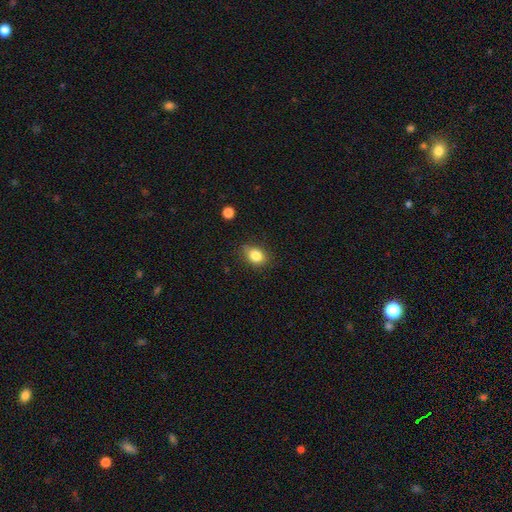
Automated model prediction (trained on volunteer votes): The model was most divided on "how rounded": in between: 63%, round: 36%, cigar-shaped: 1%. More confident: smooth or featured — smooth (84%); merging — none (74%).